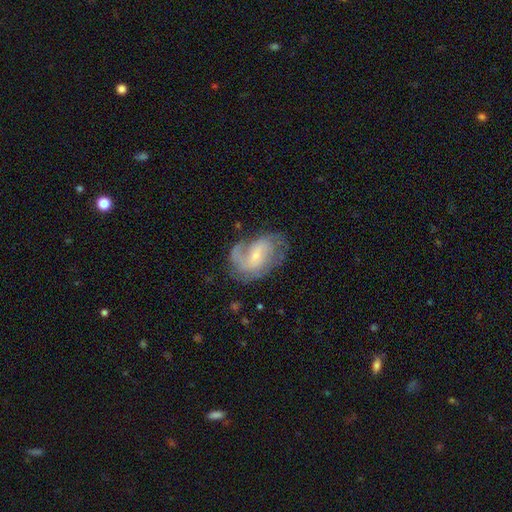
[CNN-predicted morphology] smooth-or-featured: featured or disk: 78% | smooth: 15% | star or artifact: 6%
  disk-edge-on: no: 97% | yes: 3%
    bar: weak: 49% | no: 37% | strong: 14%
    has-spiral-arms: yes: 91% | no: 9%
      spiral-winding: medium: 45% | loose: 30% | tight: 26%
      spiral-arm-count: 2: 46% | can't tell: 21% | 1: 16% | 3: 11% | 4: 3% | more than 4: 3%
    bulge-size: small: 69% | moderate: 24% | none: 4% | large: 2% | dominant: 1%
  merging: none: 56% | minor disturbance: 23% | major disturbance: 19% | merger: 2%